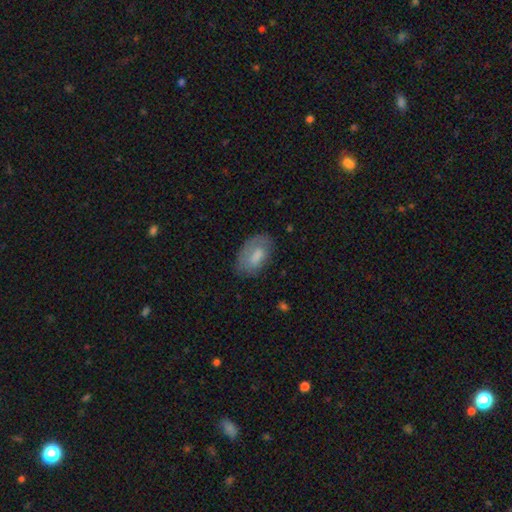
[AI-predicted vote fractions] This appears to be a smooth galaxy with no disk features (68%) that is in between round and cigar-shaped (91%). Merging: none (62%).